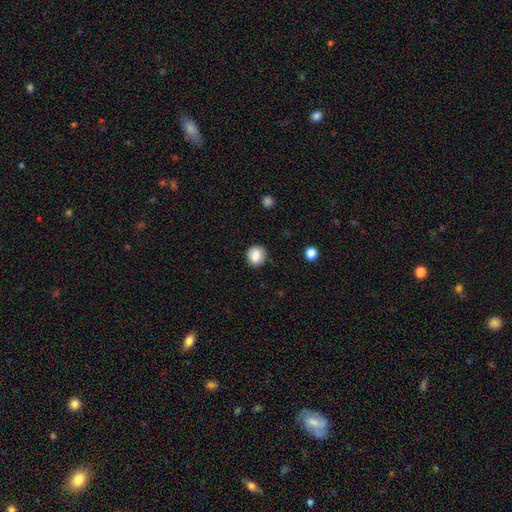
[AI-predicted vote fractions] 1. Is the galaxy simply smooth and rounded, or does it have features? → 84% smooth, 9% star or artifact, 7% featured or disk.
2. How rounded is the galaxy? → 83% round, 16% in between, 1% cigar-shaped.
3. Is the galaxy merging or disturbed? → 87% none, 9% minor disturbance, 3% major disturbance, 1% merger.